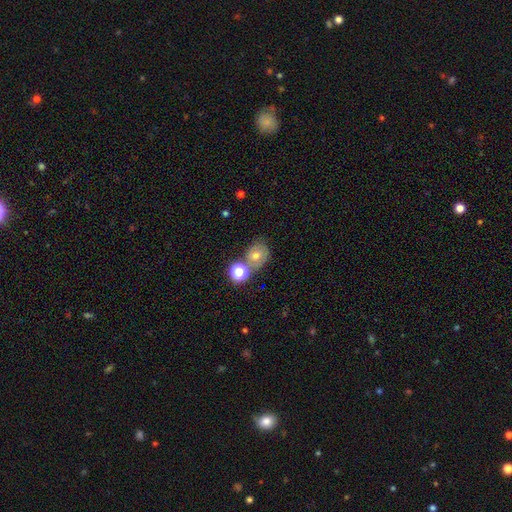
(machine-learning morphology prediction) smooth_or_featured: smooth (p=0.60) [alt: featured or disk p=0.22]
how_rounded: round (p=0.65) [alt: in between p=0.34]
merging: none (p=0.58) [alt: merger p=0.23]